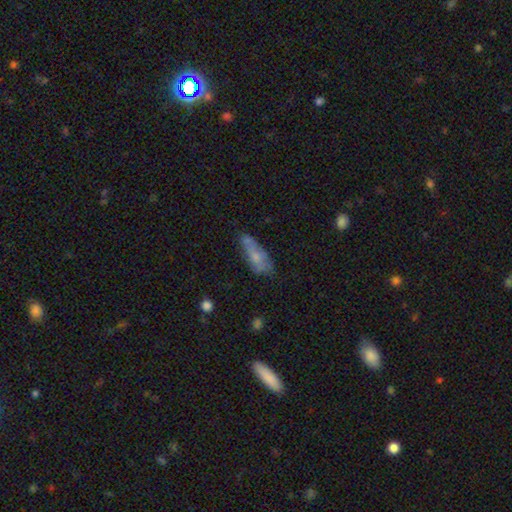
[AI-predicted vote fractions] A smooth galaxy with no disk features (60%) that is in between round and cigar-shaped (63%). Merging: none (47%).